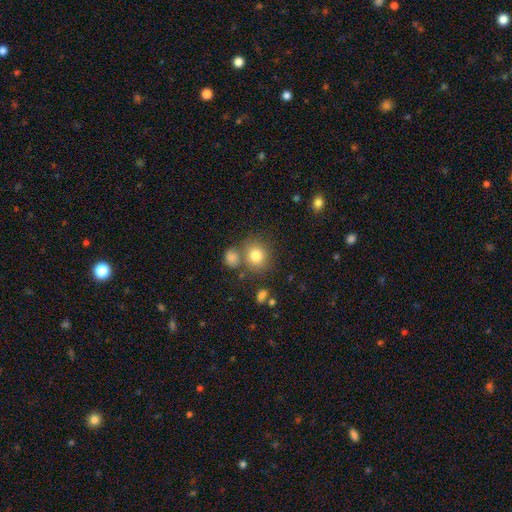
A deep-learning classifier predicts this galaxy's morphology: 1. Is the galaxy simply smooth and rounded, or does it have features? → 79% smooth, 12% star or artifact, 9% featured or disk.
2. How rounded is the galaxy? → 82% round, 17% in between, 1% cigar-shaped.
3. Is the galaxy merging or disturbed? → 68% none, 17% merger, 11% minor disturbance, 4% major disturbance.